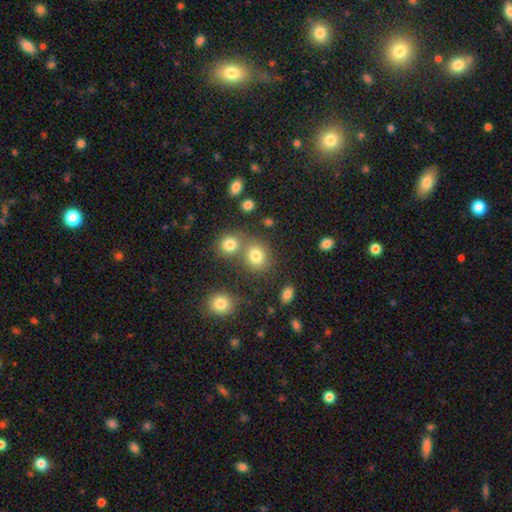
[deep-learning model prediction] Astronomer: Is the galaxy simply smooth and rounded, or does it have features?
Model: smooth — 78%.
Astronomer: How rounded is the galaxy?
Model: round — 73%.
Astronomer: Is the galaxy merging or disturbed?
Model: none — 60%.